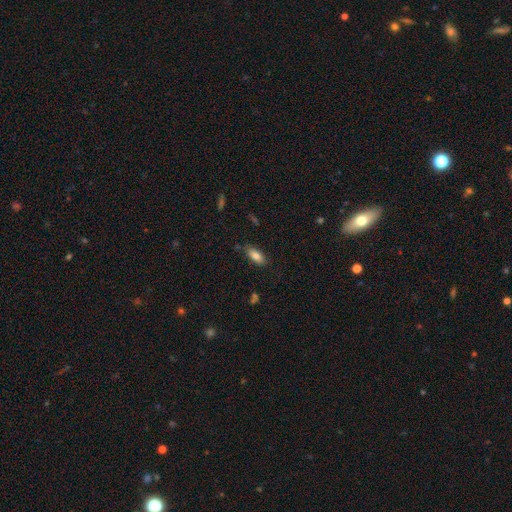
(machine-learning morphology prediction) type=smooth (82%); roundness=in between (86%); merging=none (80%).